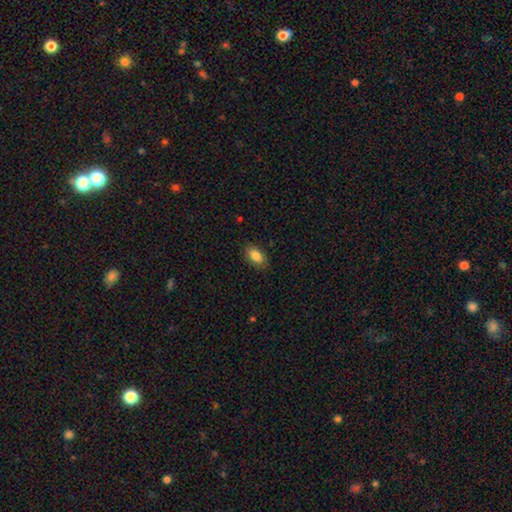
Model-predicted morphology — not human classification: Smooth or featured? smooth (85%)
How rounded? in between (92%)
Merging? none (85%)